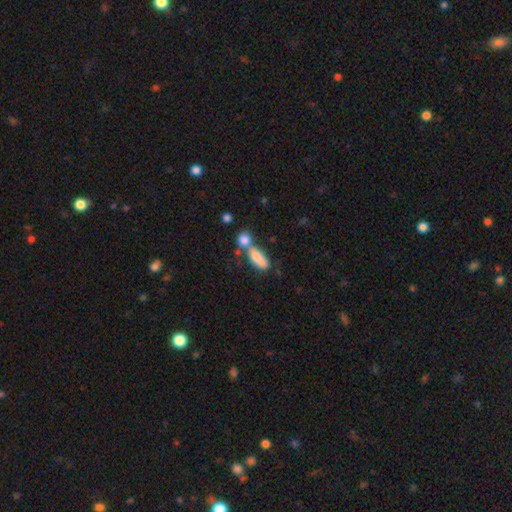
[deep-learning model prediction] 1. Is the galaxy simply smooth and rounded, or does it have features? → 80% smooth, 12% featured or disk, 8% star or artifact.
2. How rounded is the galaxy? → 66% in between, 29% cigar-shaped, 5% round.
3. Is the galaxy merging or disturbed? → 50% merger, 33% none, 11% minor disturbance, 6% major disturbance.